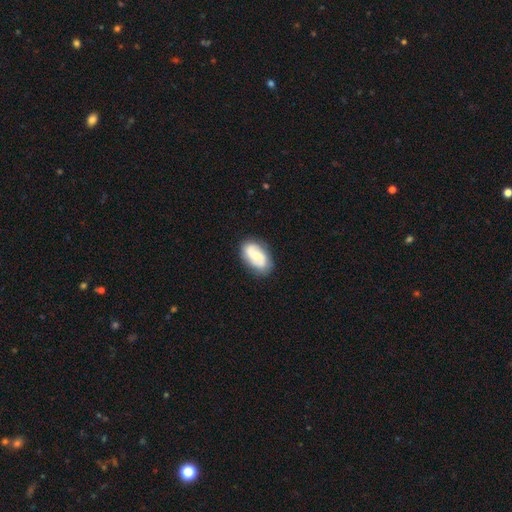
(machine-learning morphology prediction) A smooth galaxy with no disk features (49%). Merging: none (79%).